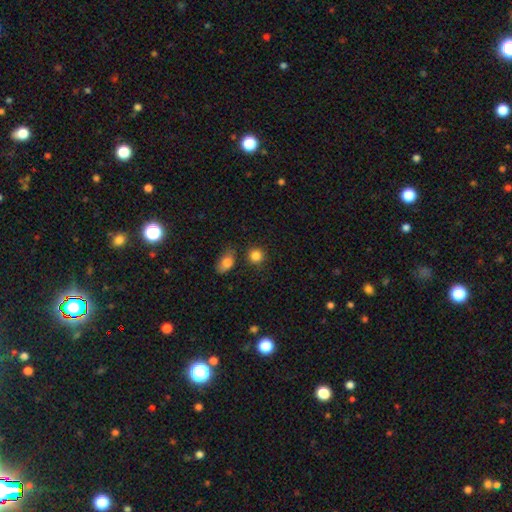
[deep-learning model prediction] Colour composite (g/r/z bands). It shows a smooth galaxy with no disk features (85%) that is round (87%). Merging: none (79%).